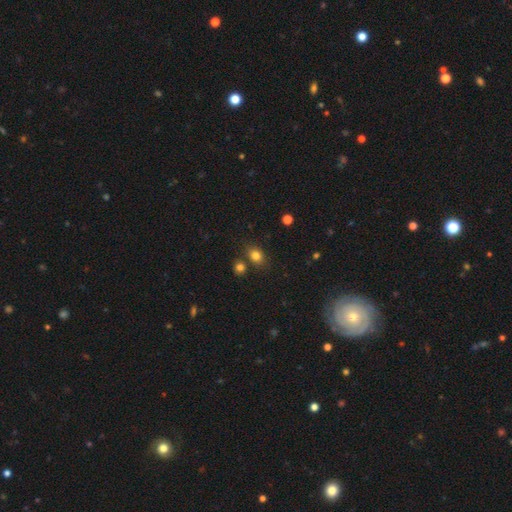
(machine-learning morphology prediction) smooth-or-featured: smooth: 80% | star or artifact: 13% | featured or disk: 7%
  how-rounded: in between: 53% | round: 46% | cigar-shaped: 1%
  merging: none: 71% | merger: 13% | minor disturbance: 12% | major disturbance: 4%